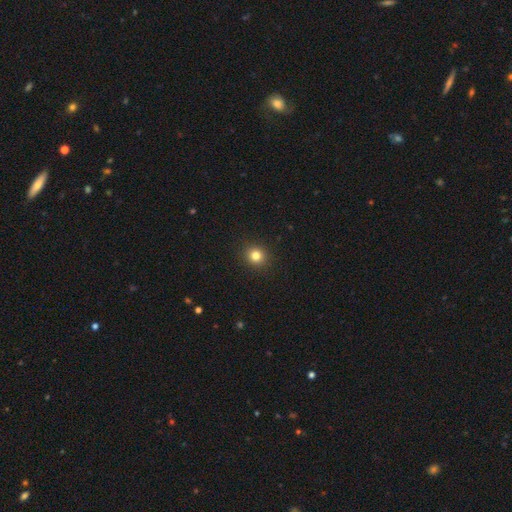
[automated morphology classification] This is clearly a smooth galaxy (81%). How rounded: clearly round (89%). Merging: clearly none (92%).